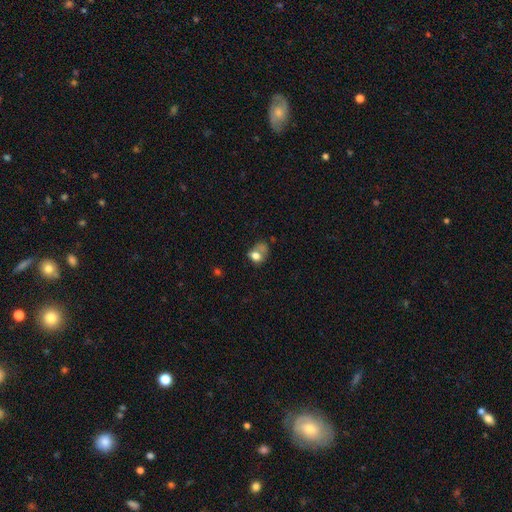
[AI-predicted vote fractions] smooth 67%, featured or disk 21%, star or artifact 12%. Down the decision tree: how rounded — in between (53%); merging — major disturbance (30%).